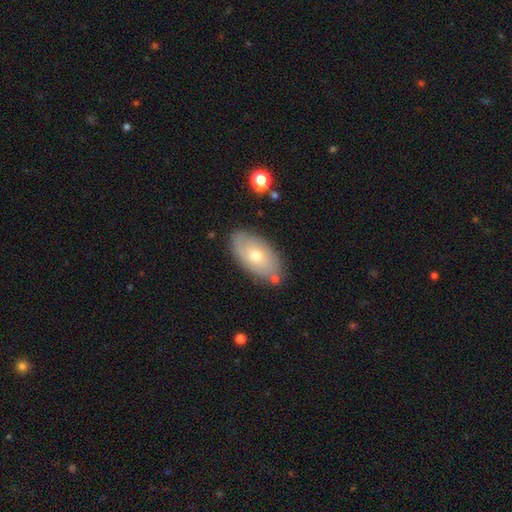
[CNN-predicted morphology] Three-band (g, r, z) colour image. It shows a featured or disk galaxy (47%). Merging: none (78%).